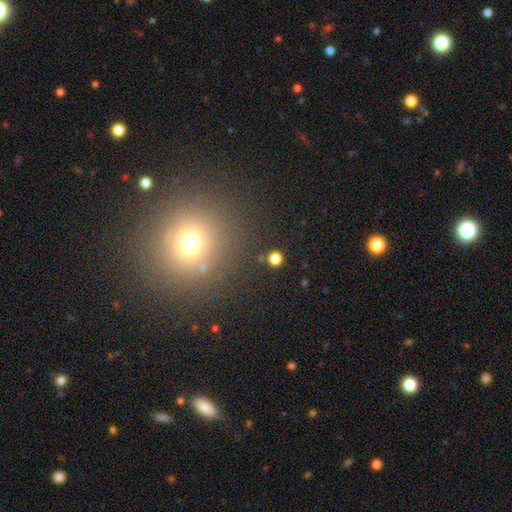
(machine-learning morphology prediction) Smooth or featured? smooth (59%)
How rounded? round (89%)
Merging? none (90%)